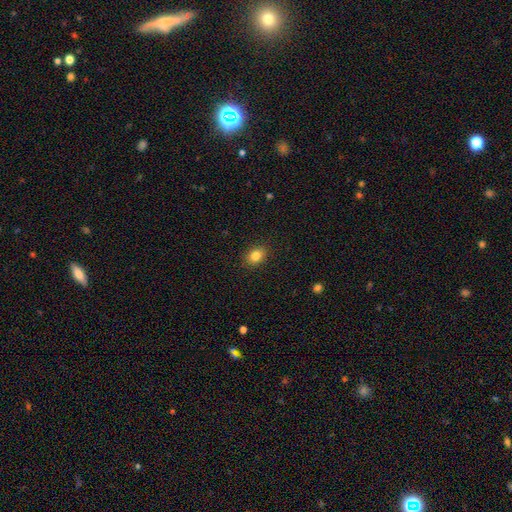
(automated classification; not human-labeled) A smooth galaxy with no disk features (84%) that is in between round and cigar-shaped (64%).

Vote fractions:
- Smooth or featured? smooth: 84% / star or artifact: 10% / featured or disk: 7%
- How rounded? in between: 64% / round: 35% / cigar-shaped: 1%
- Merging? none: 89% / minor disturbance: 8% / major disturbance: 2% / merger: 1%